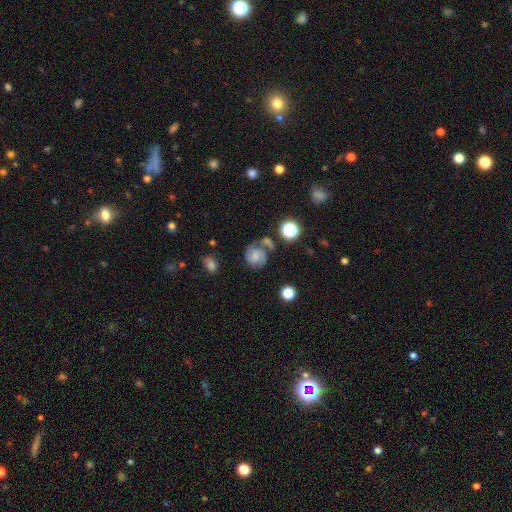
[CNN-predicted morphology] Smooth or featured? Predicted: featured or disk (p=0.70). Edge-on disk? Predicted: no (p=0.98). Bar? Predicted: no (p=0.59). Spiral arms? Predicted: yes (p=0.94). Spiral winding? Predicted: tight (p=0.46). Spiral arm count? Predicted: 2 (p=0.73). Bulge size? Predicted: small (p=0.38). Merging? Predicted: none (p=0.55).